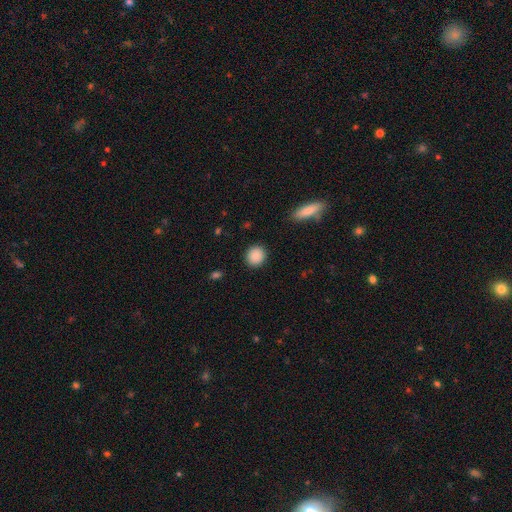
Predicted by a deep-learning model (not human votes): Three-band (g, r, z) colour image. It shows a smooth galaxy with no disk features (88%) that is round (87%). Merging: none (90%).